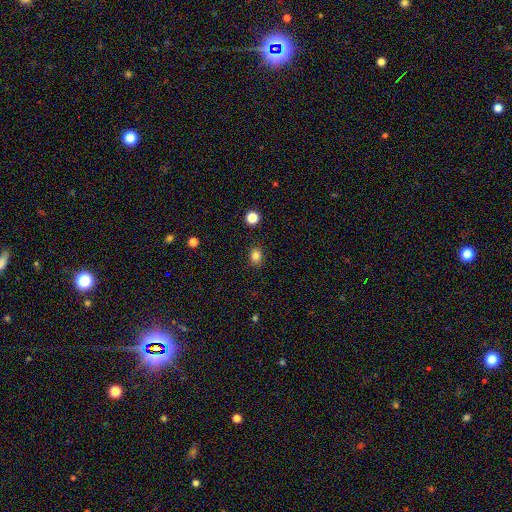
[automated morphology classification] smooth-or-featured: smooth: 82% | star or artifact: 13% | featured or disk: 5%
  how-rounded: round: 56% | in between: 43% | cigar-shaped: 1%
  merging: none: 87% | minor disturbance: 9% | major disturbance: 2% | merger: 1%